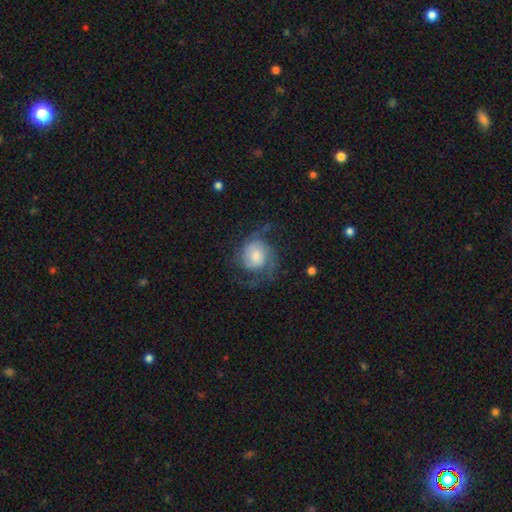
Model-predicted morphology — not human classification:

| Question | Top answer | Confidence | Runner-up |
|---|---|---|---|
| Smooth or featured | featured or disk | 72% | smooth (21%) |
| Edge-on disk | no | 98% | yes (2%) |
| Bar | no | 70% | weak (25%) |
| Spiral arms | yes | 92% | no (8%) |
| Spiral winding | medium | 45% | tight (30%) |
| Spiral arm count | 2 | 62% | can't tell (14%) |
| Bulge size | moderate | 40% | small (35%) |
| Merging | none | 60% | major disturbance (20%) |